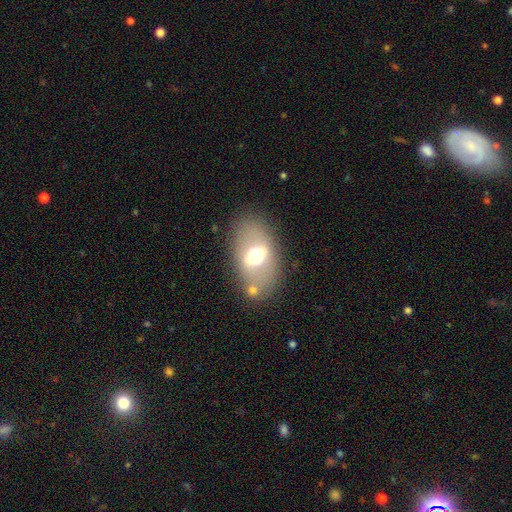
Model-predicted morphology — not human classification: smooth-or-featured: smooth: 48% | featured or disk: 43% | star or artifact: 9%
  merging: none: 76% | minor disturbance: 12% | major disturbance: 6% | merger: 6%